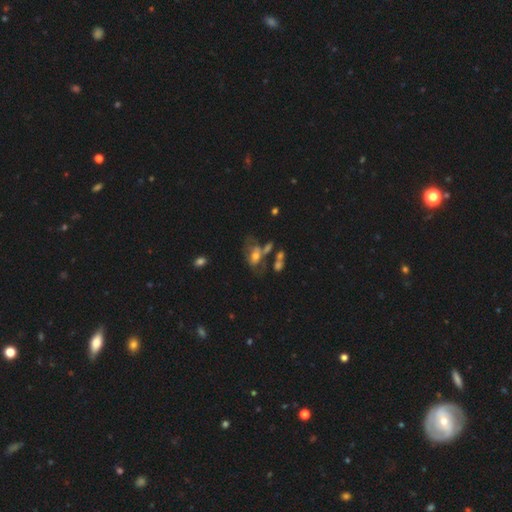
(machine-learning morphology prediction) Smooth or featured? Predicted: smooth (p=0.44, tied with featured or disk). Merging? Predicted: major disturbance (p=0.28).